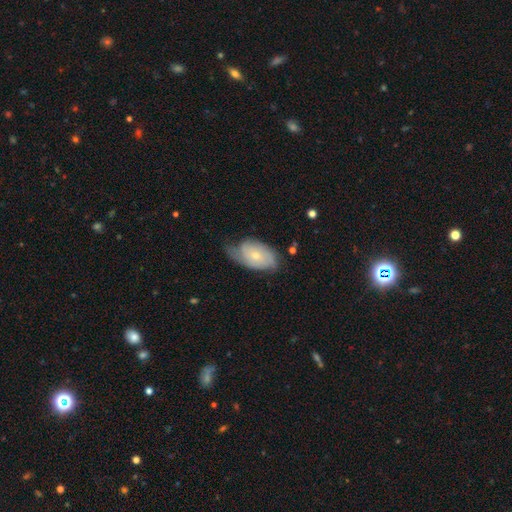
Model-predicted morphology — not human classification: type=featured or disk (60%); edge-on=no (94%); bar=no (77%); spiral arms=yes (83%); bulge=small (60%); merging=none (48%).